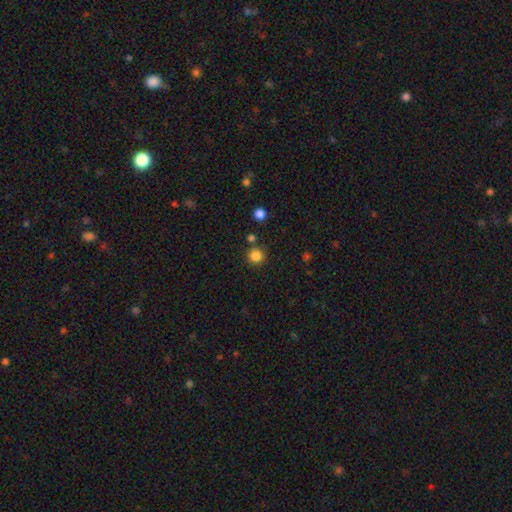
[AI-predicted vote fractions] Smooth or featured? Predicted: smooth (p=0.83). How rounded? Predicted: round (p=0.93). Merging? Predicted: none (p=0.81).